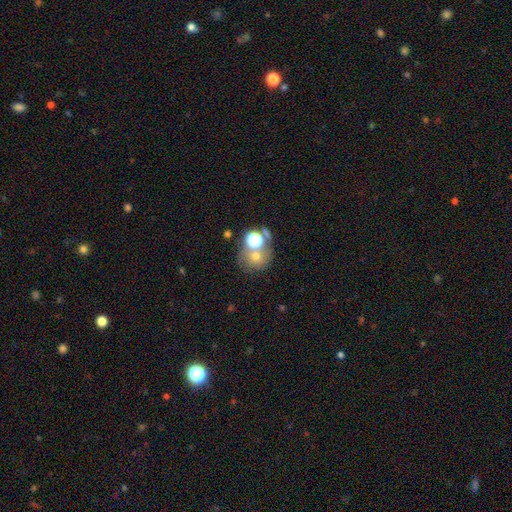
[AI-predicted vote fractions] Overall: smooth (41%, tied with star or artifact). Merging: none (54%; merger 25%).